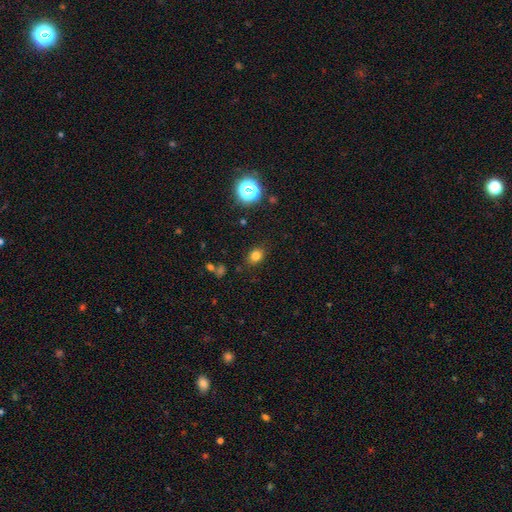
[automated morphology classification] Q: Smooth or featured?
A: smooth (78%); runner-up: star or artifact (15%)
Q: How rounded?
A: in between (57%); runner-up: round (42%)
Q: Merging?
A: none (84%); runner-up: minor disturbance (11%)